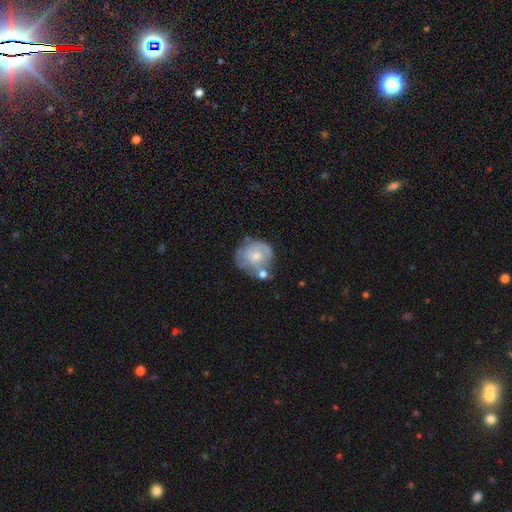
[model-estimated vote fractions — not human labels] This is possibly a featured or disk galaxy (55%). It is clearly not viewed edge-on (98%). Bar: likely no (77%). Spiral arm pattern: possibly yes (52%). Central bulge: possibly small (52%). Merging: marginally none (38%).